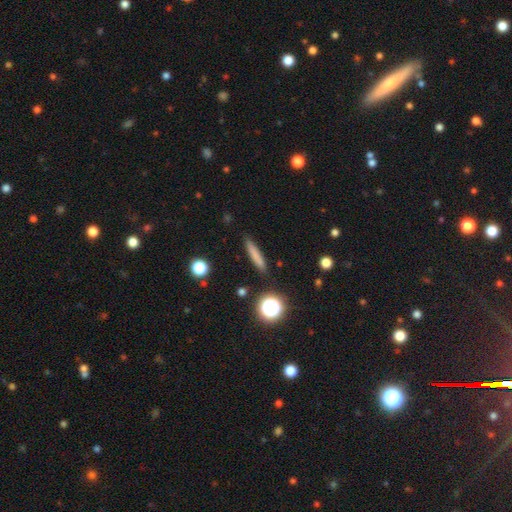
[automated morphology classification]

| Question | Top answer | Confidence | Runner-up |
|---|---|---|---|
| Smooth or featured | smooth | 75% | featured or disk (15%) |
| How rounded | cigar-shaped | 90% | in between (7%) |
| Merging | none | 88% | minor disturbance (9%) |